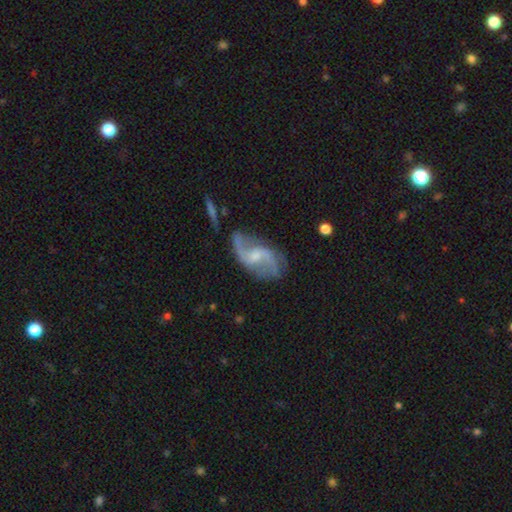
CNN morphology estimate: Smooth or featured: featured or disk — 86% (smooth — 8%)
Edge-on disk: no — 97% (yes — 3%)
Bar: weak — 53% (no — 35%)
Spiral arms: yes — 95% (no — 5%)
Spiral winding: loose — 68% (medium — 26%)
Spiral arm count: 2 — 88% (can't tell — 4%)
Bulge size: small — 53% (moderate — 31%)
Merging: none — 59% (minor disturbance — 21%)